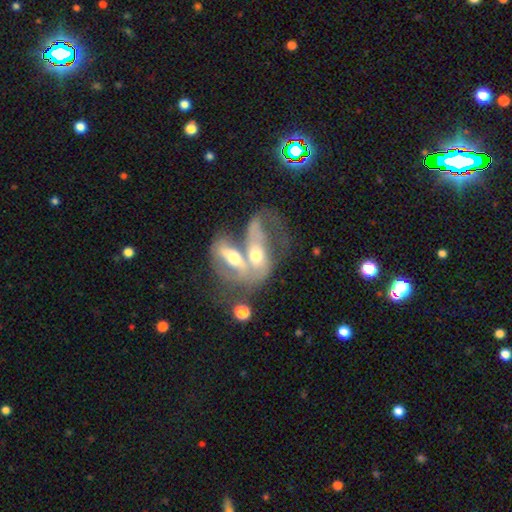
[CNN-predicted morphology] Smooth or featured?
  - featured or disk: 62% *
  - smooth: 30%
  - star or artifact: 8%
Edge-on disk?
  - no: 87% *
  - yes: 13%
Bar?
  - no: 60% *
  - weak: 25%
  - strong: 16%
Spiral arms?
  - no: 54% *
  - yes: 46%
Bulge size?
  - moderate: 64% *
  - small: 18%
  - large: 12%
  - none: 4%
  - dominant: 2%
Merging?
  - merger: 76% *
  - major disturbance: 13%
  - none: 7%
  - minor disturbance: 5%